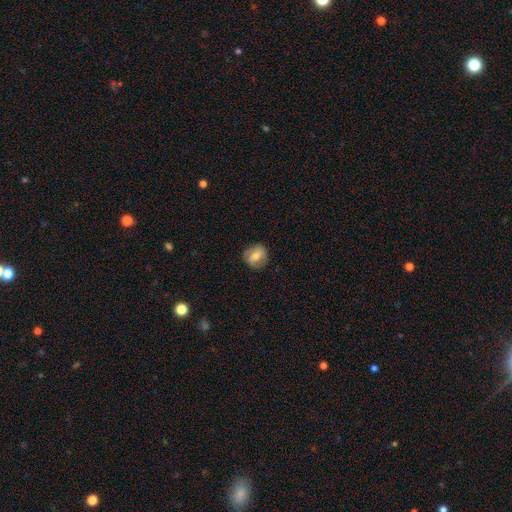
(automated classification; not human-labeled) smooth 60%, featured or disk 31%, star or artifact 8%. Down the decision tree: how rounded — round (78%); merging — none (79%).